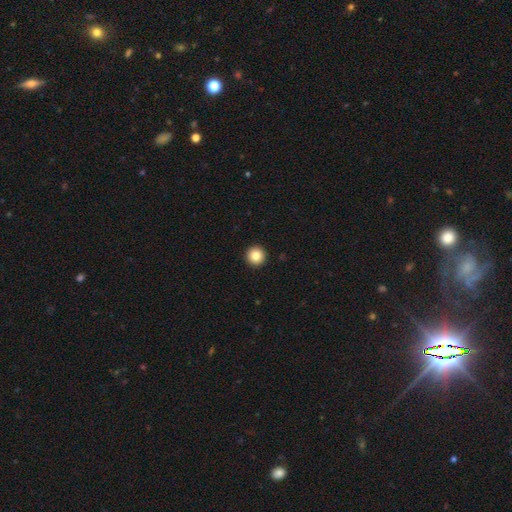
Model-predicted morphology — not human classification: This appears to be a smooth galaxy with no disk features (84%) that is round (97%). Merging: none (94%).